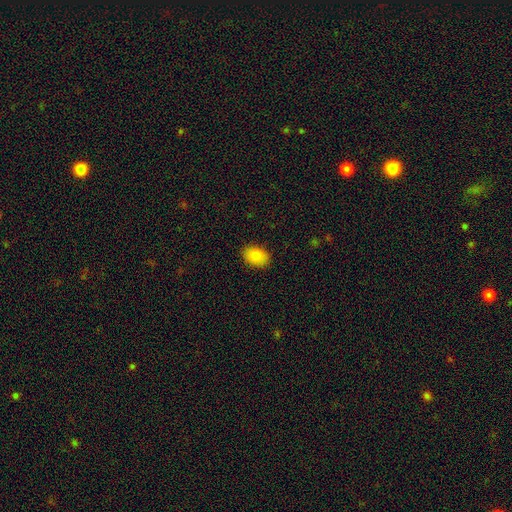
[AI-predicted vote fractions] A smooth galaxy with no disk features (84%) that is in between round and cigar-shaped (79%). Merging: none (89%).